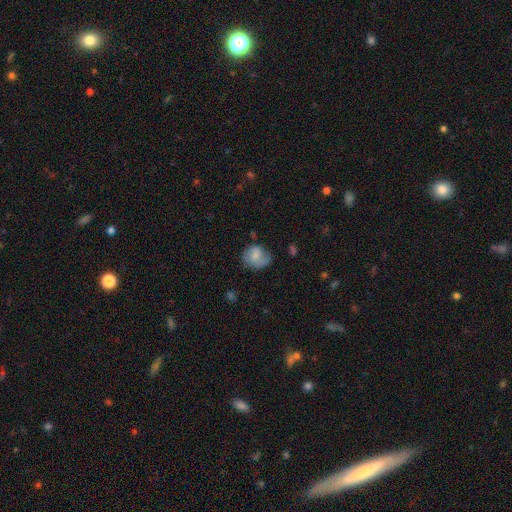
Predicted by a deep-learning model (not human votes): Overall: smooth (66%). How rounded: round (55%; in between 44%). Merging: none (51%; minor disturbance 32%).